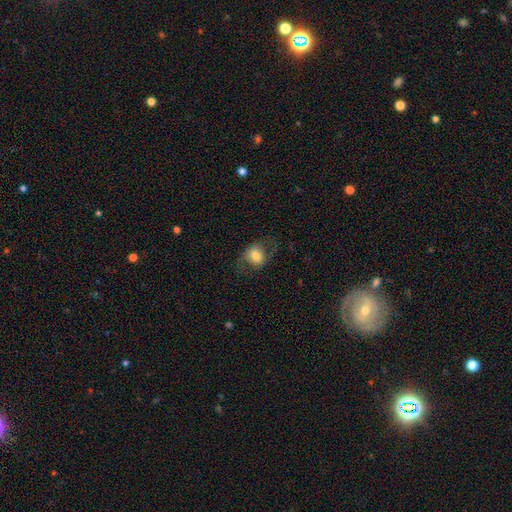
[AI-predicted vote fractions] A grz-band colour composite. It shows a smooth galaxy with no disk features (65%) that is round (52%). Merging: none (67%).